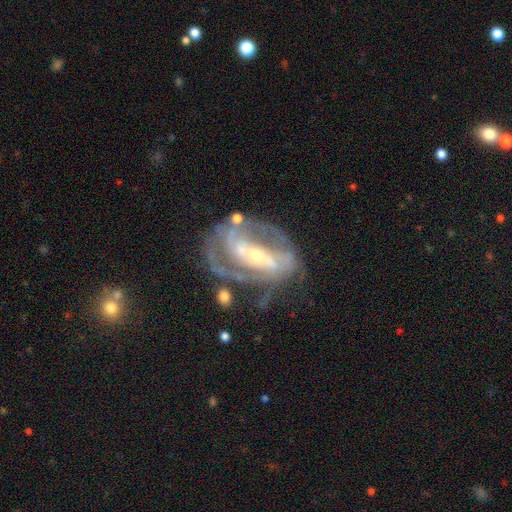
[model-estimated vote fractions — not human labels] A featured or disk galaxy (85%) with a strong bar (57%), 2 (54%) tight (44%) spiral arms (82%) and a small central bulge (62%). Merging: none (51%).